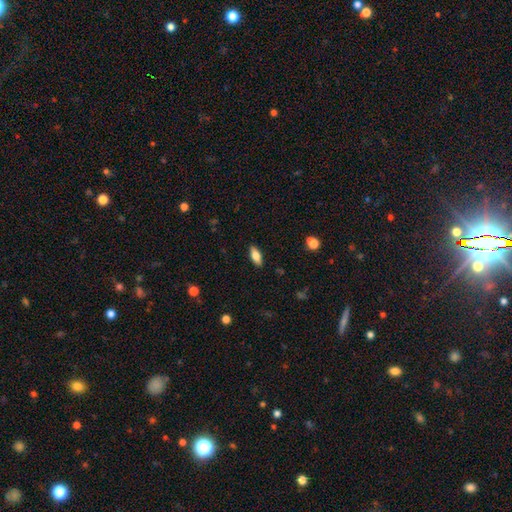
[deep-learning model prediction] smooth_or_featured: smooth (p=0.73) [alt: featured or disk p=0.20]
how_rounded: in between (p=0.80) [alt: cigar-shaped p=0.18]
merging: none (p=0.88) [alt: minor disturbance p=0.09]